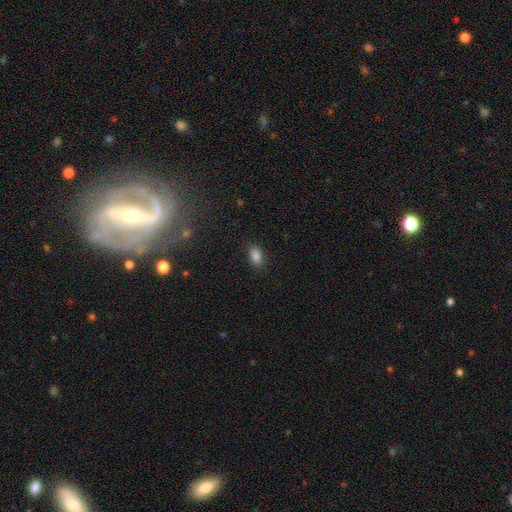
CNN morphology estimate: A smooth galaxy with no disk features (86%) that is in between round and cigar-shaped (89%).

Vote fractions:
- Smooth or featured? smooth: 86% / star or artifact: 10% / featured or disk: 4%
- How rounded? in between: 89% / round: 8% / cigar-shaped: 3%
- Merging? none: 87% / minor disturbance: 10% / major disturbance: 3% / merger: 1%